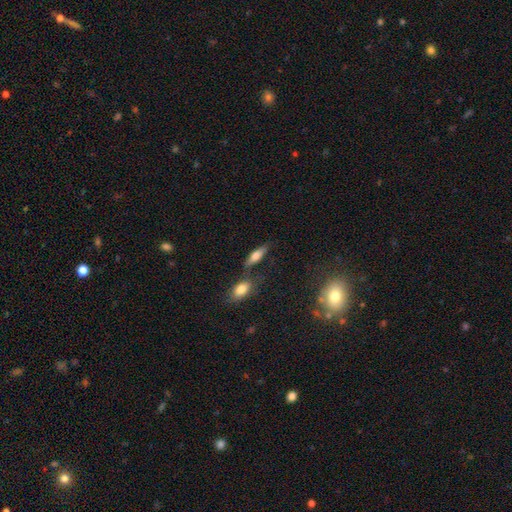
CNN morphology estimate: This appears to be a smooth galaxy with no disk features (66%) that is in between round and cigar-shaped (56%). Merging: none (62%).